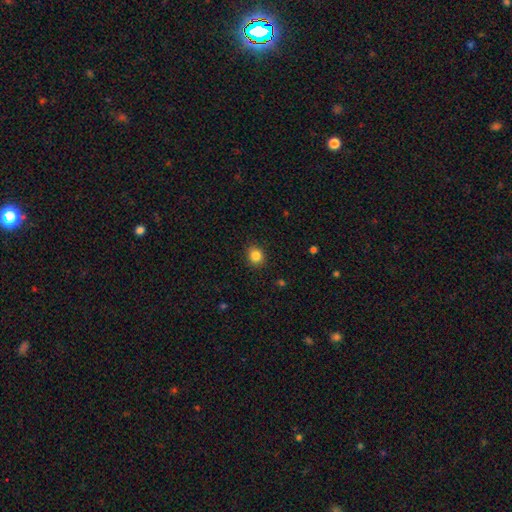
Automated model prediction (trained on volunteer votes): Q: Smooth or featured?
A: smooth (85%); runner-up: star or artifact (11%)
Q: How rounded?
A: round (81%); runner-up: in between (18%)
Q: Merging?
A: none (90%); runner-up: minor disturbance (7%)